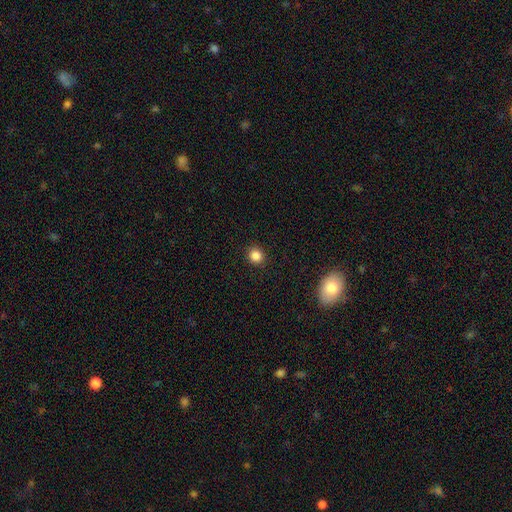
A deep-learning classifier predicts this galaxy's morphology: The model was most divided on "smooth or featured": smooth: 85%, star or artifact: 11%, featured or disk: 4%. More confident: merging — none (92%); how rounded — round (89%).